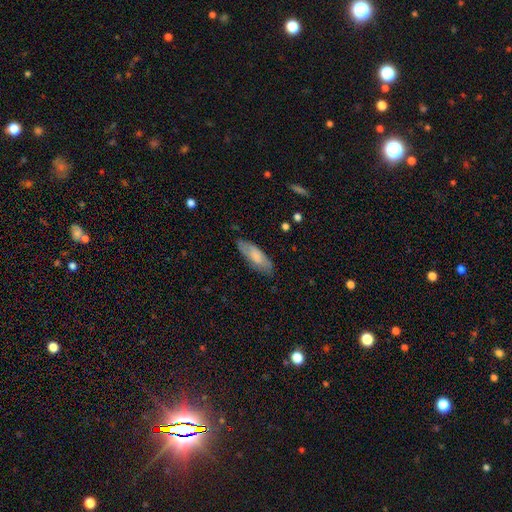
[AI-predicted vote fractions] Q: Smooth or featured?
A: smooth (71%); runner-up: featured or disk (23%)
Q: How rounded?
A: in between (63%); runner-up: cigar-shaped (35%)
Q: Merging?
A: none (76%); runner-up: minor disturbance (19%)